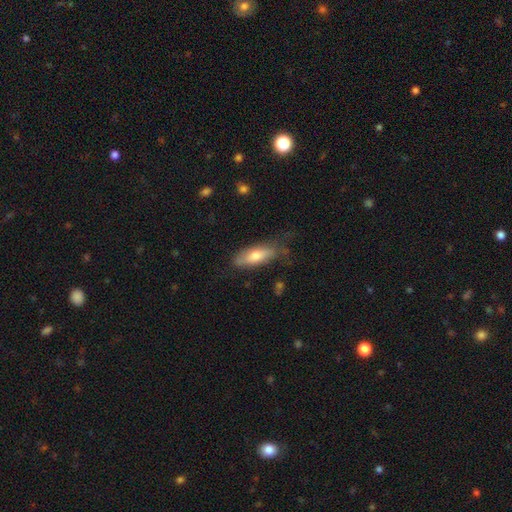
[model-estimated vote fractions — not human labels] Overall: smooth (63%; featured or disk 30%). How rounded: in between (63%; cigar-shaped 34%). Merging: none (63%; minor disturbance 26%).